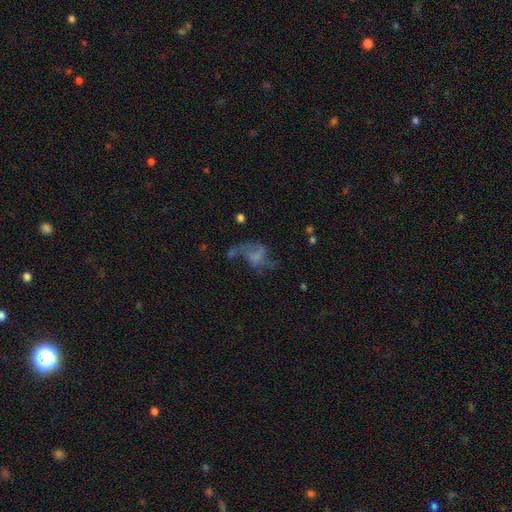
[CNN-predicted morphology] Smooth or featured?
  - featured or disk: 53% *
  - smooth: 30%
  - star or artifact: 16%
Edge-on disk?
  - no: 97% *
  - yes: 3%
Bar?
  - no: 74% *
  - weak: 21%
  - strong: 5%
Spiral arms?
  - yes: 55% *
  - no: 45%
Bulge size?
  - none: 69% *
  - small: 15%
  - moderate: 9%
  - large: 5%
  - dominant: 2%
Merging?
  - major disturbance: 47% *
  - none: 27%
  - minor disturbance: 16%
  - merger: 10%